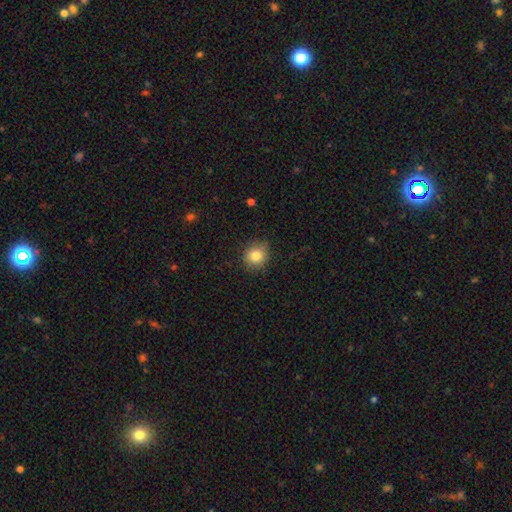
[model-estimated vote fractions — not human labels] Morphology: type=smooth (82%); roundness=round (85%); merging=none (83%).